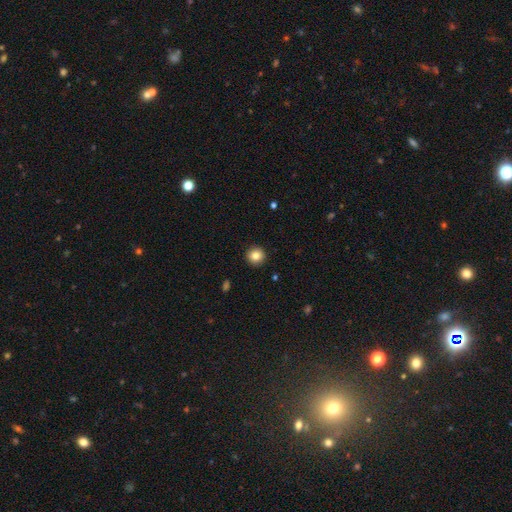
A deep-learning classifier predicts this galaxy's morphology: Smooth or featured?
  - smooth: 83% *
  - star or artifact: 10%
  - featured or disk: 7%
How rounded?
  - round: 95% *
  - in between: 4%
  - cigar-shaped: 1%
Merging?
  - none: 93% *
  - minor disturbance: 4%
  - major disturbance: 2%
  - merger: 1%